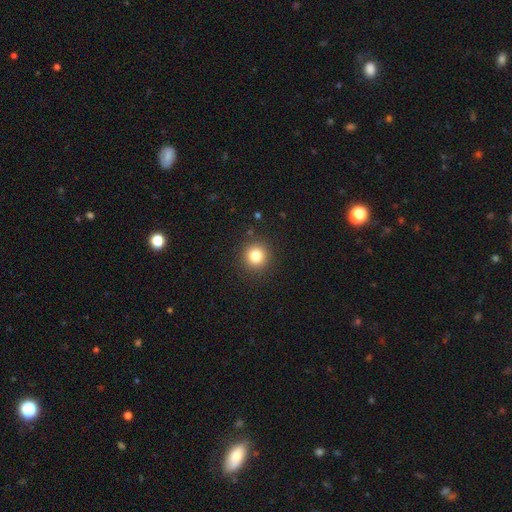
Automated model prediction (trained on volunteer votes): Smooth or featured?
  - smooth: 81% *
  - star or artifact: 12%
  - featured or disk: 7%
How rounded?
  - round: 94% *
  - in between: 5%
  - cigar-shaped: 1%
Merging?
  - none: 91% *
  - minor disturbance: 6%
  - major disturbance: 2%
  - merger: 1%